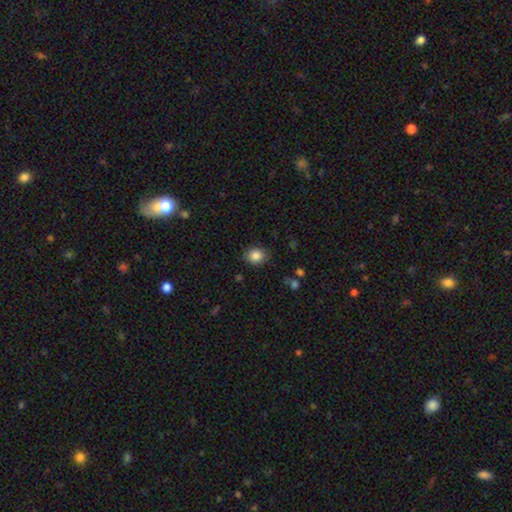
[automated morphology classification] Overall: smooth (86%). How rounded: round (71%). Merging: none (86%).